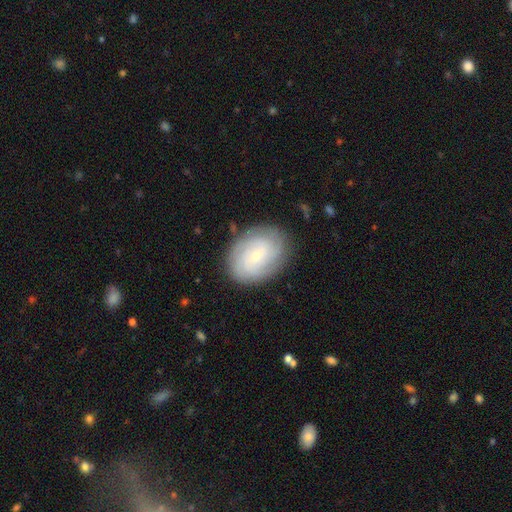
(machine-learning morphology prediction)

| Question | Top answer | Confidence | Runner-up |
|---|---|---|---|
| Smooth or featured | featured or disk | 71% | smooth (22%) |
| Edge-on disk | no | 97% | yes (3%) |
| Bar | no | 66% | weak (29%) |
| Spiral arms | yes | 93% | no (7%) |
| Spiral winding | tight | 70% | medium (24%) |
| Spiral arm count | can't tell | 36% | 3 (19%) |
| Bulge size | small | 75% | moderate (21%) |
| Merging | none | 83% | minor disturbance (12%) |